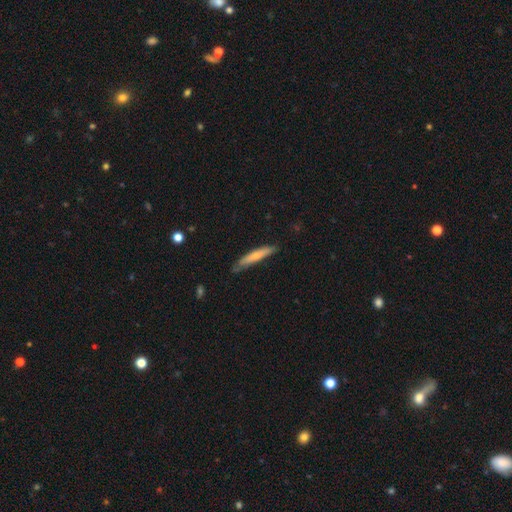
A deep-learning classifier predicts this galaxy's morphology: smooth_or_featured: smooth (p=0.69) [alt: featured or disk p=0.26]
how_rounded: cigar-shaped (p=0.92) [alt: in between p=0.06]
merging: none (p=0.73) [alt: minor disturbance p=0.21]